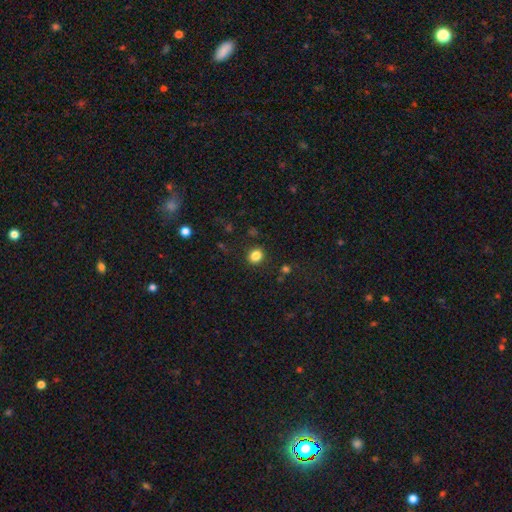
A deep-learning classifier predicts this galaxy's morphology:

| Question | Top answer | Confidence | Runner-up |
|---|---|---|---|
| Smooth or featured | smooth | 84% | star or artifact (12%) |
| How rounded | round | 74% | in between (25%) |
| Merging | none | 88% | minor disturbance (7%) |